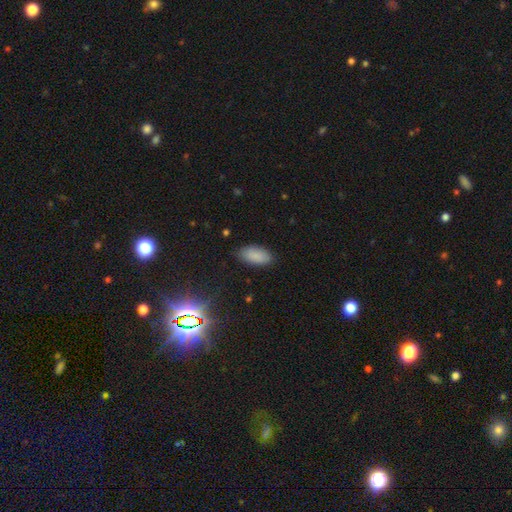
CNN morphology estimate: Q: Smooth or featured?
A: smooth (86%); runner-up: star or artifact (9%)
Q: How rounded?
A: in between (93%); runner-up: cigar-shaped (5%)
Q: Merging?
A: none (84%); runner-up: minor disturbance (12%)